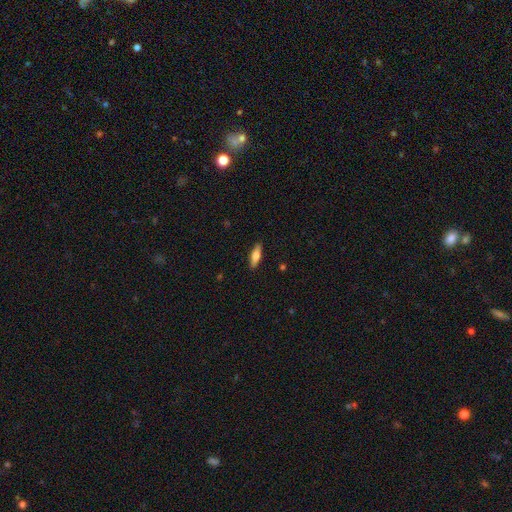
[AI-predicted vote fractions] smooth-or-featured: smooth: 63% | featured or disk: 31% | star or artifact: 6%
  how-rounded: cigar-shaped: 55% | in between: 43% | round: 2%
  merging: none: 89% | minor disturbance: 9% | major disturbance: 2% | merger: 1%